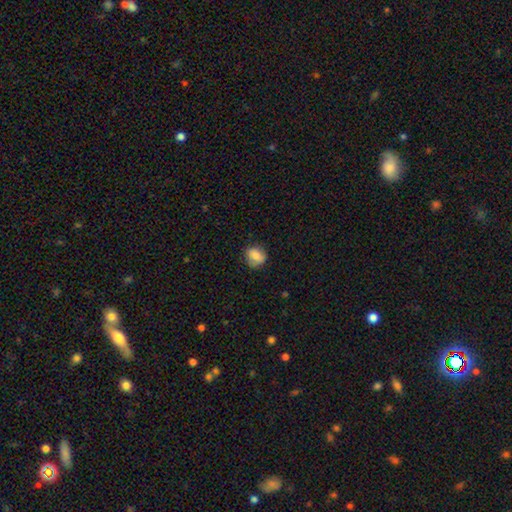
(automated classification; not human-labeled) Smooth or featured: smooth — 81% (featured or disk — 10%)
How rounded: round — 57% (in between — 41%)
Merging: none — 74% (minor disturbance — 20%)